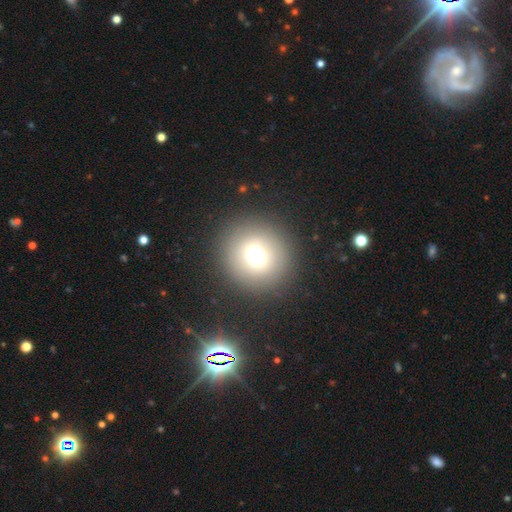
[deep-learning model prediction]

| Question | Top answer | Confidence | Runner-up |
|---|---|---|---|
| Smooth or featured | smooth | 67% | star or artifact (21%) |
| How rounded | round | 94% | in between (5%) |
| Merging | none | 88% | minor disturbance (6%) |